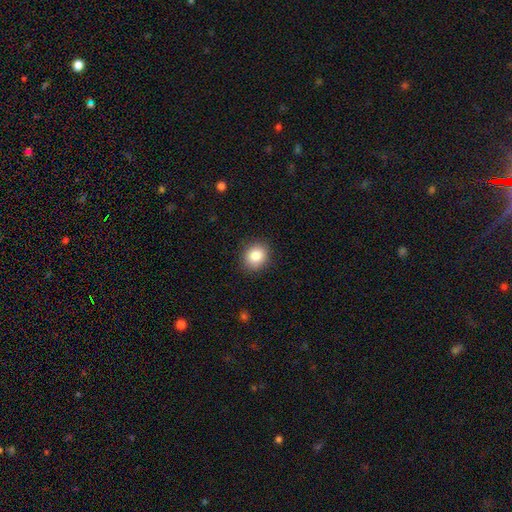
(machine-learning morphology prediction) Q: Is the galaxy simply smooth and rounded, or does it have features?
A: smooth — 86%.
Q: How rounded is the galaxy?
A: round — 71%.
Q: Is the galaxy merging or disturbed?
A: none — 88%.